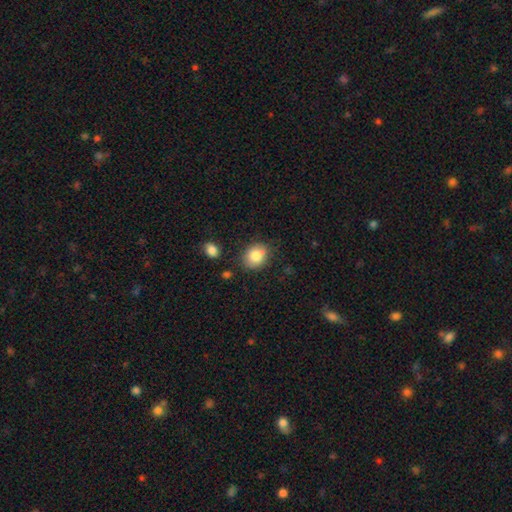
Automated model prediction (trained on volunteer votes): Overall: smooth (82%). How rounded: in between (52%; round 48%). Merging: none (78%).